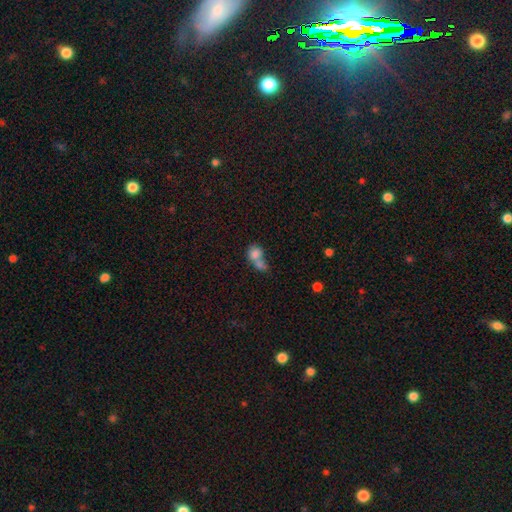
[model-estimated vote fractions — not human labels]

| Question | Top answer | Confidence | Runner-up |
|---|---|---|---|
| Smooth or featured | smooth | 77% | featured or disk (13%) |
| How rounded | round | 53% | in between (45%) |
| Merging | merger | 67% | none (20%) |